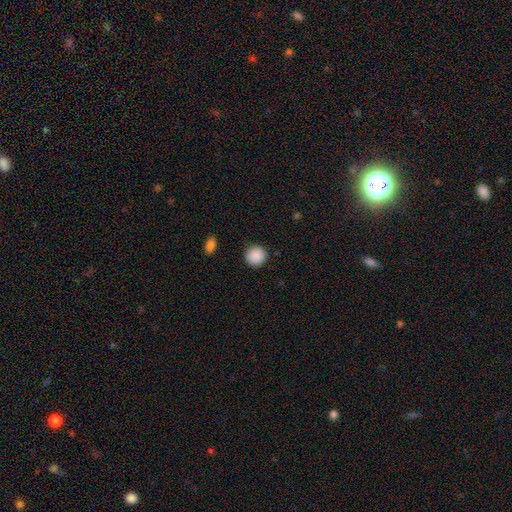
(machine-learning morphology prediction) smooth 90%, star or artifact 8%, featured or disk 2%. Down the decision tree: how rounded — round (94%); merging — none (91%).